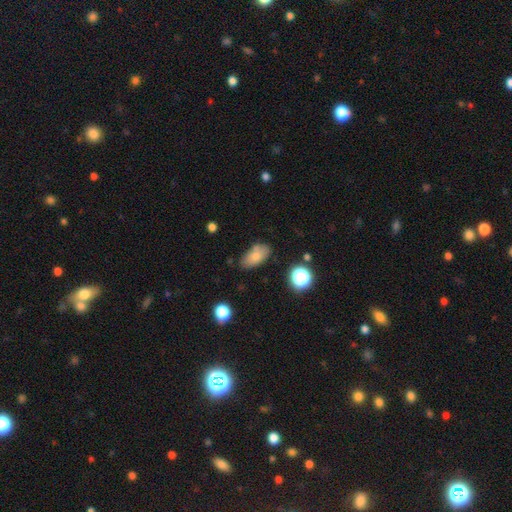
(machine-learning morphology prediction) Q: Smooth or featured?
A: smooth (76%); runner-up: featured or disk (14%)
Q: How rounded?
A: in between (89%); runner-up: round (6%)
Q: Merging?
A: none (73%); runner-up: minor disturbance (17%)